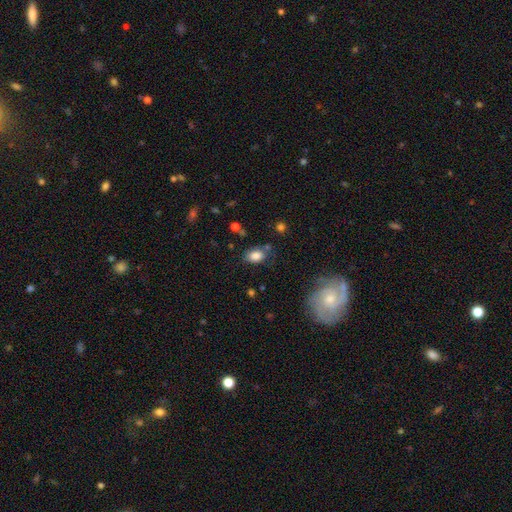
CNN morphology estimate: Smooth or featured?
  - smooth: 83% *
  - star or artifact: 10%
  - featured or disk: 7%
How rounded?
  - in between: 78% *
  - round: 21%
  - cigar-shaped: 1%
Merging?
  - none: 68% *
  - minor disturbance: 20%
  - major disturbance: 6%
  - merger: 6%